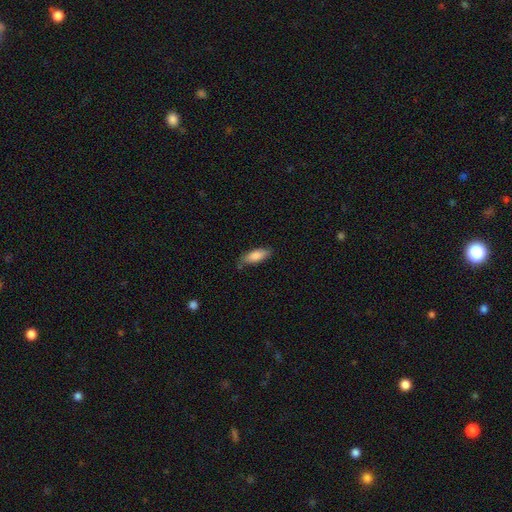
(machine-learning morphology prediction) type=smooth (83%); roundness=in between (72%); merging=none (74%).